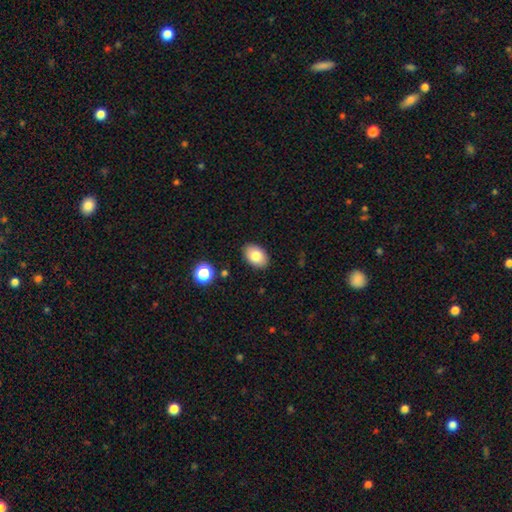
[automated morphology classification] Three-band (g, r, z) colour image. It shows a smooth galaxy with no disk features (82%) that is in between round and cigar-shaped (86%). Merging: none (88%).